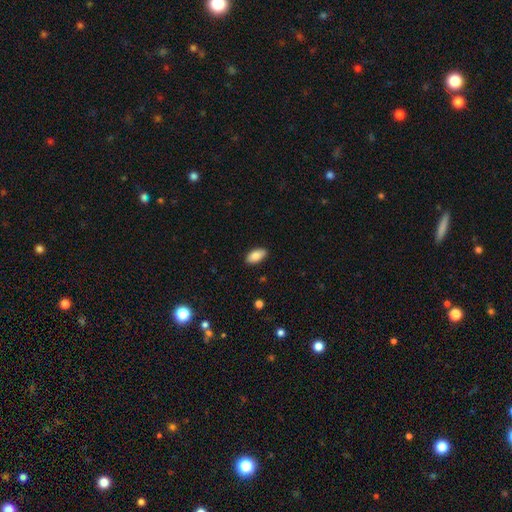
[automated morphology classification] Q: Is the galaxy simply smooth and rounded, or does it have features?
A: smooth — 85%.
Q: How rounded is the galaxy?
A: in between — 93%.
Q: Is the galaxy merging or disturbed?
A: none — 88%.